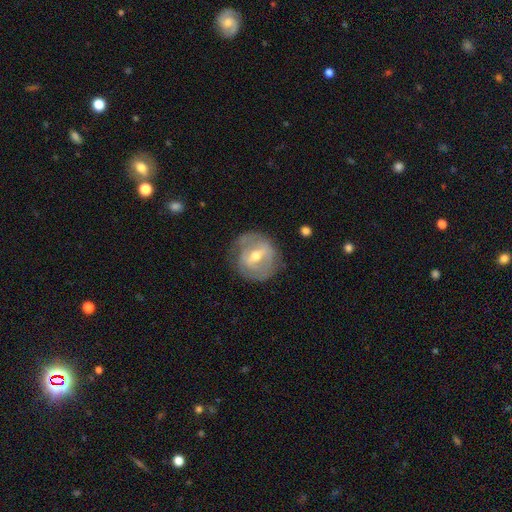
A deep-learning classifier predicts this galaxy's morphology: The model was most divided on "bar": weak: 46%, strong: 37%, no: 17%. More confident: edge-on disk — no (95%); merging — none (72%); smooth or featured — featured or disk (71%); bulge size — moderate (69%); spiral arms — yes (63%).